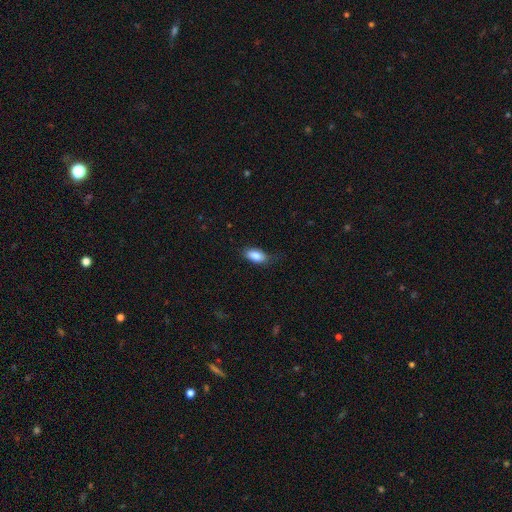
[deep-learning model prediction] Overall: smooth (84%). How rounded: in between (90%). Merging: none (72%).